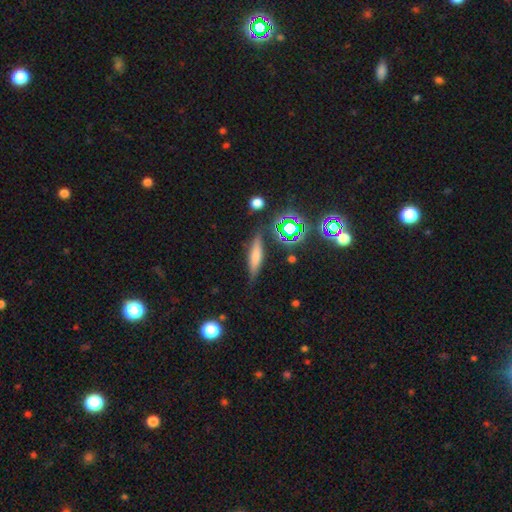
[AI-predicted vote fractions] Morphology: type=smooth (58%); roundness=cigar-shaped (73%); merging=none (79%).